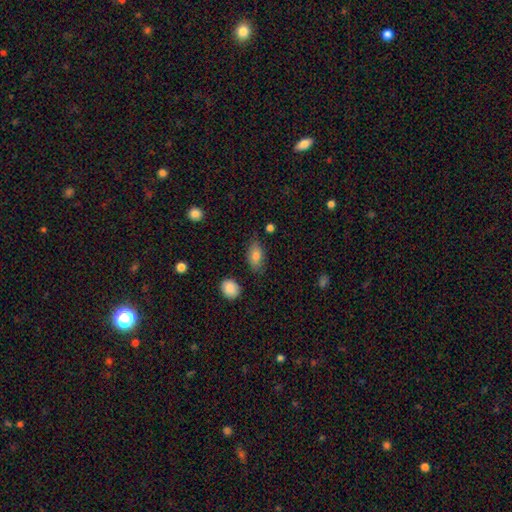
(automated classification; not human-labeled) This is likely a smooth galaxy (80%). How rounded: clearly in between (88%). Merging: likely none (77%).